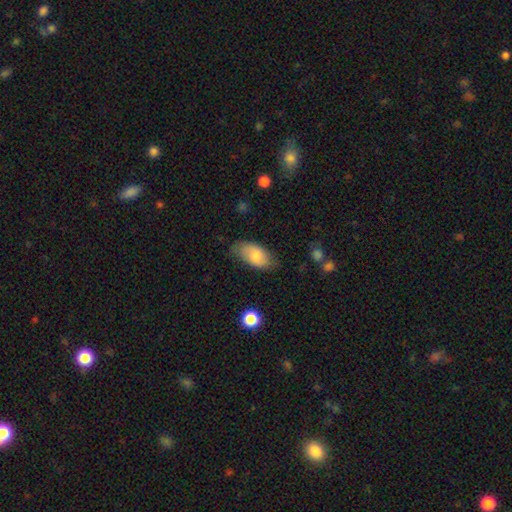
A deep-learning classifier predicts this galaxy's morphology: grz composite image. It shows a smooth galaxy with no disk features (75%) that is in between round and cigar-shaped (94%). Merging: none (67%).